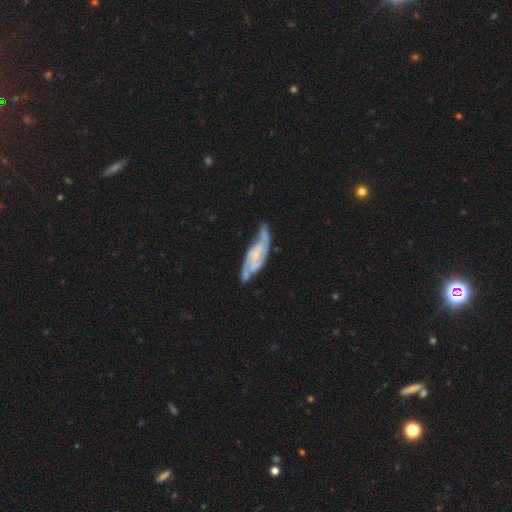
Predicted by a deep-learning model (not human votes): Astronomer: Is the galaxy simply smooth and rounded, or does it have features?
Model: featured or disk — 79%.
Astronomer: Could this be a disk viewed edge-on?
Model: no — 86%.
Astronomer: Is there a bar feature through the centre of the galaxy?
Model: no — 51% (runner-up: weak, 36%).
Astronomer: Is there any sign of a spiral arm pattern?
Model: yes — 93%.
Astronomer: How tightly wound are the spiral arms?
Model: medium — 45% (runner-up: tight, 40%).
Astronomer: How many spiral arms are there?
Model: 2 — 64%.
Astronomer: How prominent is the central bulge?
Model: small — 55%.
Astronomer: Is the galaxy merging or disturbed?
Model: none — 58%.